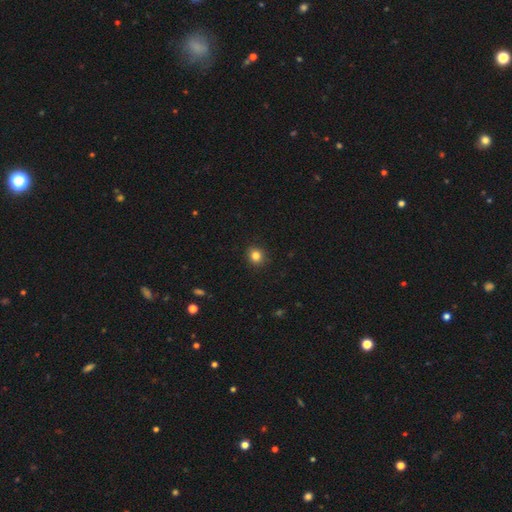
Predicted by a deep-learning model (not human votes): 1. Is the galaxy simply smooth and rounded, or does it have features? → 83% smooth, 12% star or artifact, 5% featured or disk.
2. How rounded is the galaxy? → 85% round, 14% in between, 1% cigar-shaped.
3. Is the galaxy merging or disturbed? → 92% none, 6% minor disturbance, 2% major disturbance, 1% merger.